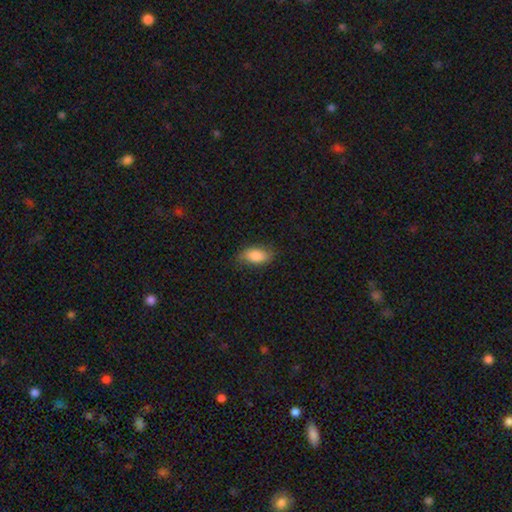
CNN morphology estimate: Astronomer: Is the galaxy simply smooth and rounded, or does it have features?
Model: smooth — 81%.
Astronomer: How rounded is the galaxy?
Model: in between — 91%.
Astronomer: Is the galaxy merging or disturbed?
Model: none — 76%.